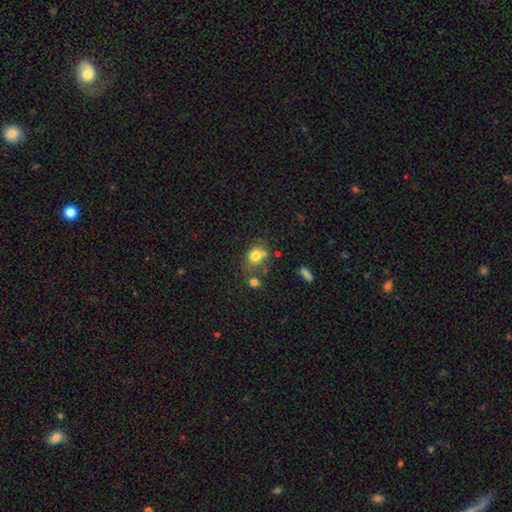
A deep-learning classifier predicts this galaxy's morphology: smooth-or-featured: smooth: 76% | star or artifact: 13% | featured or disk: 11%
  how-rounded: round: 58% | in between: 40% | cigar-shaped: 1%
  merging: none: 54% | merger: 23% | minor disturbance: 17% | major disturbance: 7%